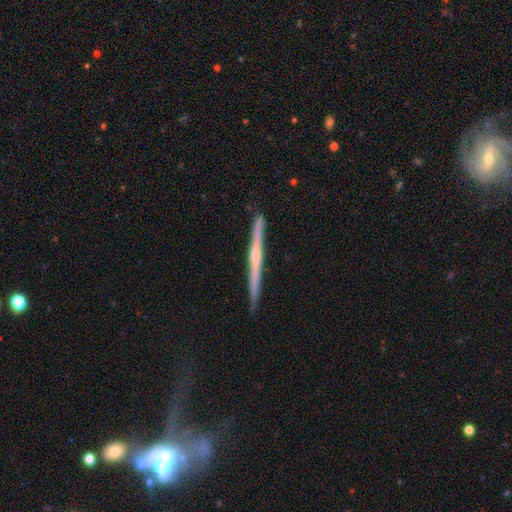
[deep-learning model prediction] Smooth or featured?
  - featured or disk: 74% *
  - smooth: 21%
  - star or artifact: 5%
Edge-on disk?
  - yes: 98% *
  - no: 2%
Edge-on bulge?
  - rounded: 57% *
  - none: 37%
  - boxy: 6%
Merging?
  - none: 88% *
  - minor disturbance: 10%
  - major disturbance: 1%
  - merger: 1%